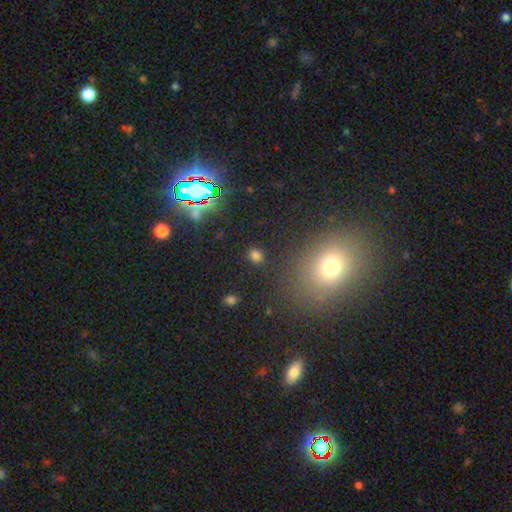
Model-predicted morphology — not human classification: This is likely a smooth galaxy (75%). How rounded: possibly round (51%). Merging: clearly none (87%).